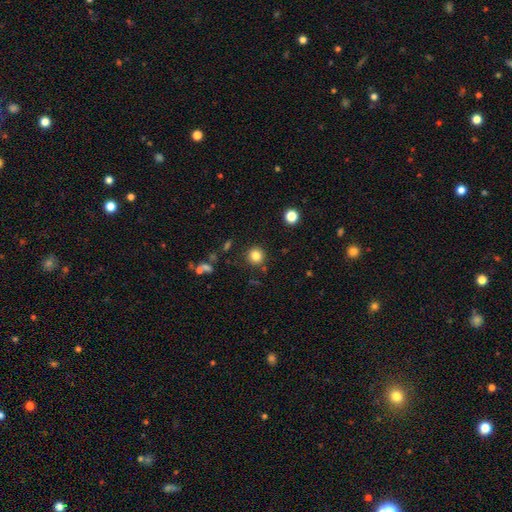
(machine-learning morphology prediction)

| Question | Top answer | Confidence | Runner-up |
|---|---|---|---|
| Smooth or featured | smooth | 82% | star or artifact (12%) |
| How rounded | round | 93% | in between (6%) |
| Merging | none | 88% | minor disturbance (7%) |